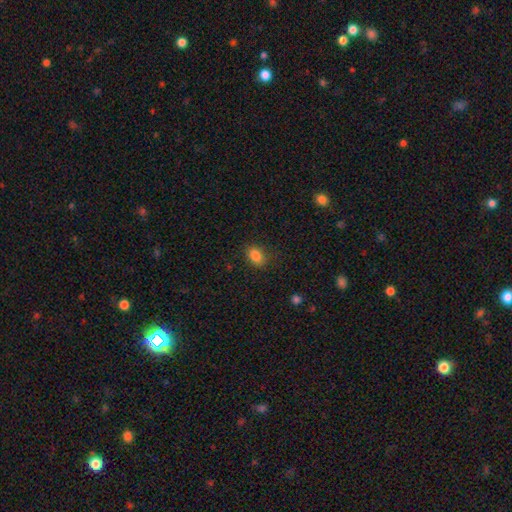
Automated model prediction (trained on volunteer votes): smooth_or_featured: smooth (p=0.85) [alt: star or artifact p=0.10]
how_rounded: in between (p=0.74) [alt: round p=0.25]
merging: none (p=0.83) [alt: minor disturbance p=0.13]